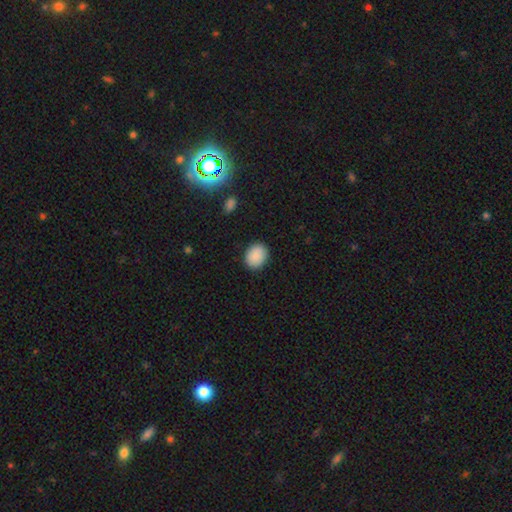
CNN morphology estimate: smooth_or_featured: smooth (p=0.90) [alt: star or artifact p=0.07]
how_rounded: in between (p=0.56) [alt: round p=0.44]
merging: none (p=0.89) [alt: minor disturbance p=0.08]